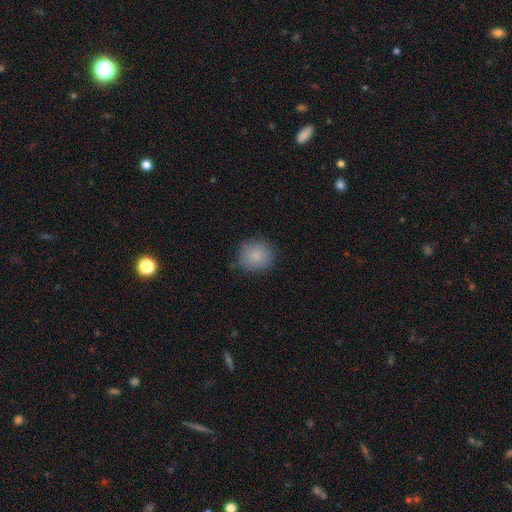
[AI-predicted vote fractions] Smooth or featured? smooth (86%)
How rounded? round (88%)
Merging? none (84%)